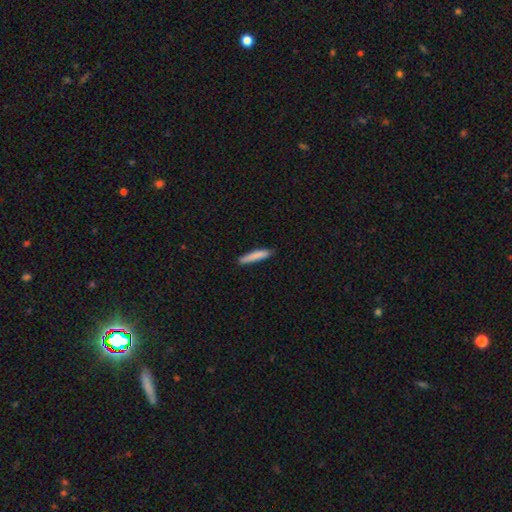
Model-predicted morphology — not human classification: type=smooth (84%); roundness=cigar-shaped (91%); merging=none (85%).